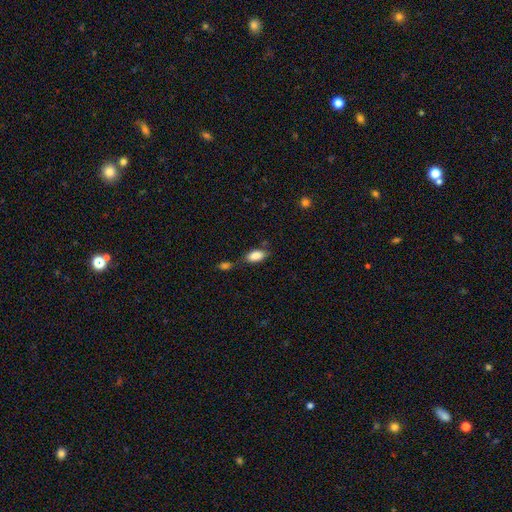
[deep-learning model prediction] smooth_or_featured: smooth (p=0.86) [alt: star or artifact p=0.07]
how_rounded: in between (p=0.91) [alt: cigar-shaped p=0.06]
merging: none (p=0.64) [alt: minor disturbance p=0.18]